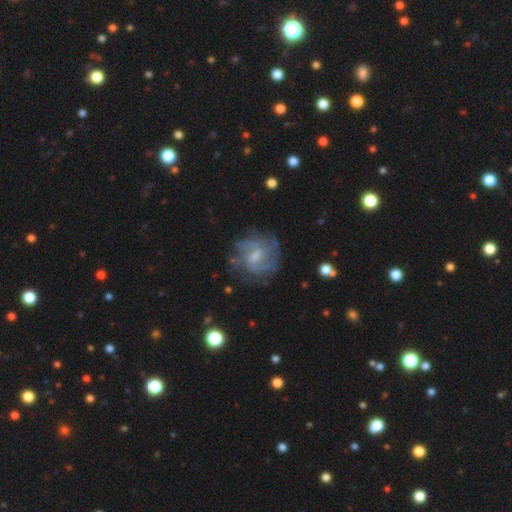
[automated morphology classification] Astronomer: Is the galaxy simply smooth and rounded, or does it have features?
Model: featured or disk — 71%.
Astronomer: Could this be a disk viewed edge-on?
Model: no — 97%.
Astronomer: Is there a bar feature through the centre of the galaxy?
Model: weak — 59%.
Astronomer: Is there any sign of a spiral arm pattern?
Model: yes — 81%.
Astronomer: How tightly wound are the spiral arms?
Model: medium — 43% (runner-up: tight, 35%).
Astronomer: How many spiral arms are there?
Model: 2 — 40% (runner-up: can't tell, 36%).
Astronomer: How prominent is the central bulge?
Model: small — 41% (runner-up: moderate, 39%).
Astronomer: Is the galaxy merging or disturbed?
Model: none — 67%.